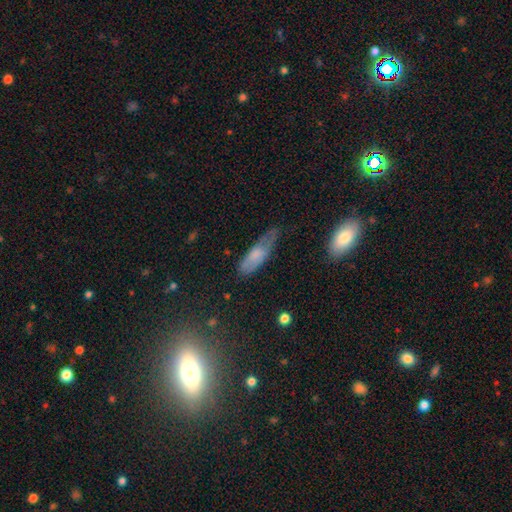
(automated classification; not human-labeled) Smooth or featured? smooth (66%)
How rounded? in between (56%)
Merging? none (43%)